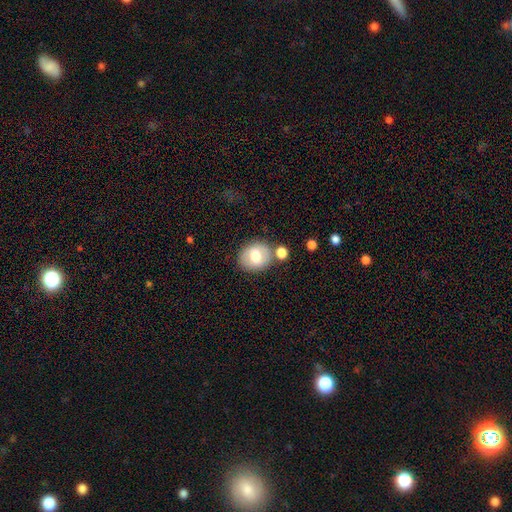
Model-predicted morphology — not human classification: type=smooth (65%); roundness=round (54%); merging=none (74%).